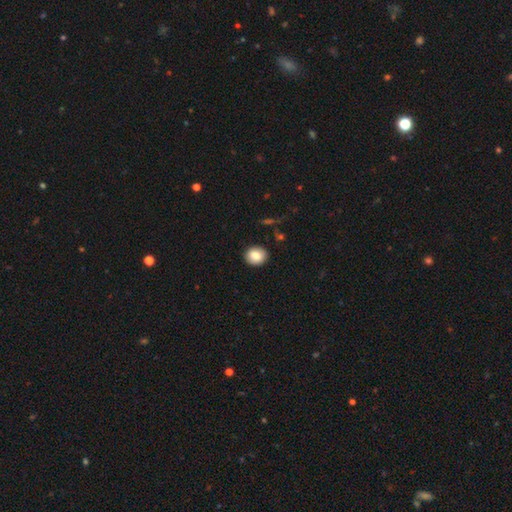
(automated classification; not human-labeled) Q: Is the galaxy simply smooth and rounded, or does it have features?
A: smooth — 82%.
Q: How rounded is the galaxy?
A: round — 69%.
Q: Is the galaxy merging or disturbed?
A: none — 90%.